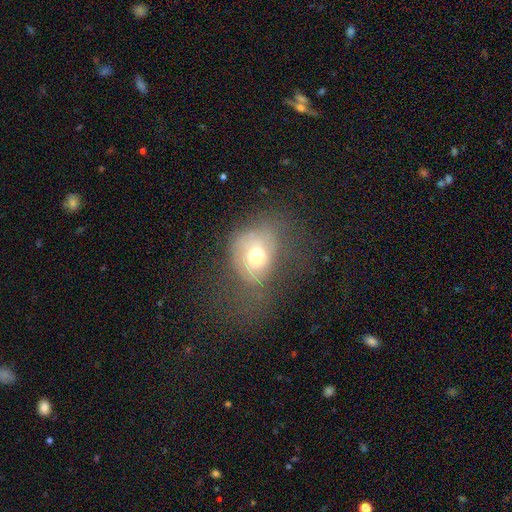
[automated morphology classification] This is possibly a smooth galaxy (56%). How rounded: possibly in between (53%). Merging: marginally major disturbance (41%).